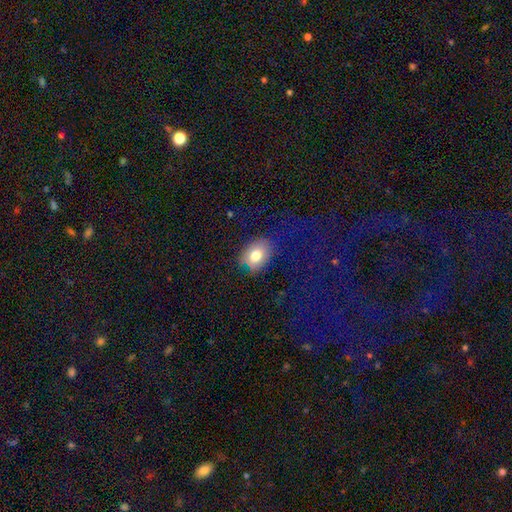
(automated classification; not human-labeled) Q: Smooth or featured?
A: smooth (76%); runner-up: featured or disk (14%)
Q: How rounded?
A: in between (72%); runner-up: round (27%)
Q: Merging?
A: none (75%); runner-up: minor disturbance (18%)